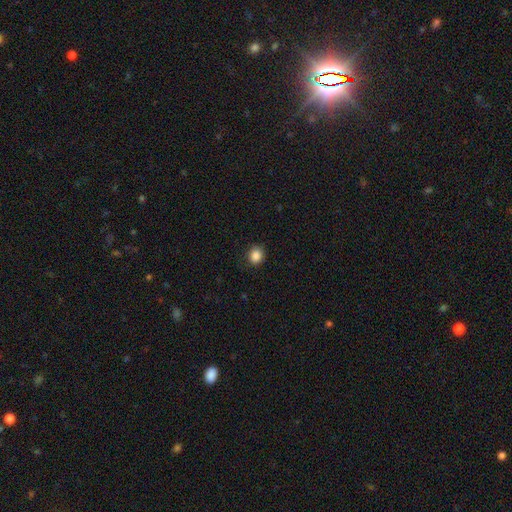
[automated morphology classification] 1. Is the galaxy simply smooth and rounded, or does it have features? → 87% smooth, 10% star or artifact, 3% featured or disk.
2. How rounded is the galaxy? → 80% round, 19% in between, 1% cigar-shaped.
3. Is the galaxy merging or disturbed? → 88% none, 9% minor disturbance, 2% major disturbance, 1% merger.